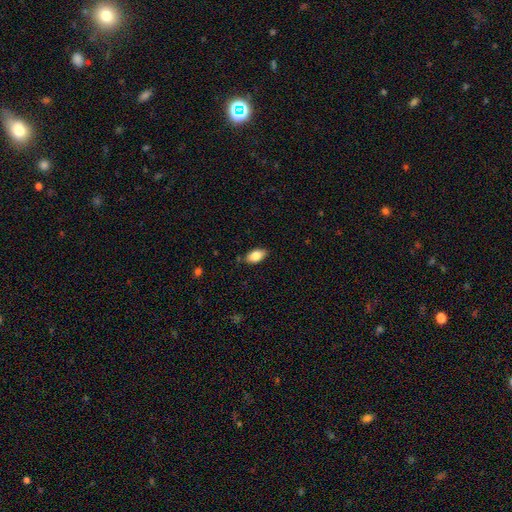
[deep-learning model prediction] A smooth galaxy with no disk features (82%) that is in between round and cigar-shaped (91%).

Vote fractions:
- Smooth or featured? smooth: 82% / featured or disk: 11% / star or artifact: 7%
- How rounded? in between: 91% / round: 4% / cigar-shaped: 4%
- Merging? none: 81% / minor disturbance: 15% / major disturbance: 3% / merger: 2%